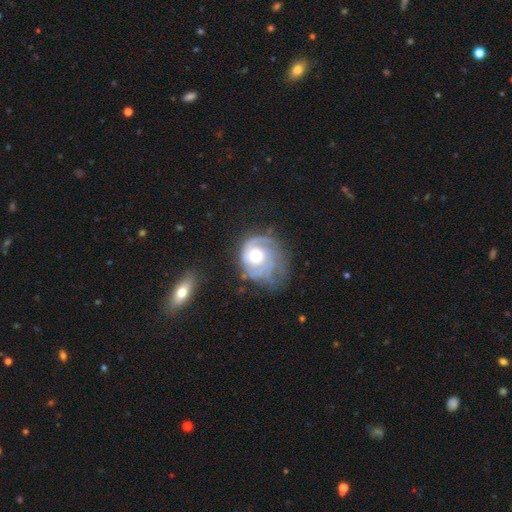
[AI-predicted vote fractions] This appears to be a featured or disk galaxy (73%) with no bar (80%), tight (56%) spiral arms (85%) and a moderate central bulge (67%). Merging: none (43%).